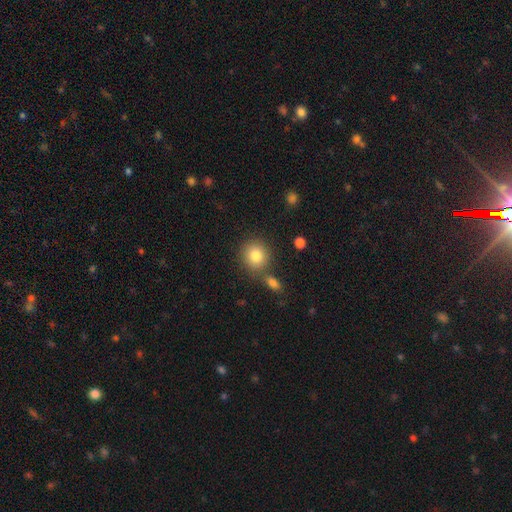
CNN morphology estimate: Smooth or featured: smooth — 82% (star or artifact — 9%)
How rounded: round — 85% (in between — 14%)
Merging: none — 72% (merger — 14%)